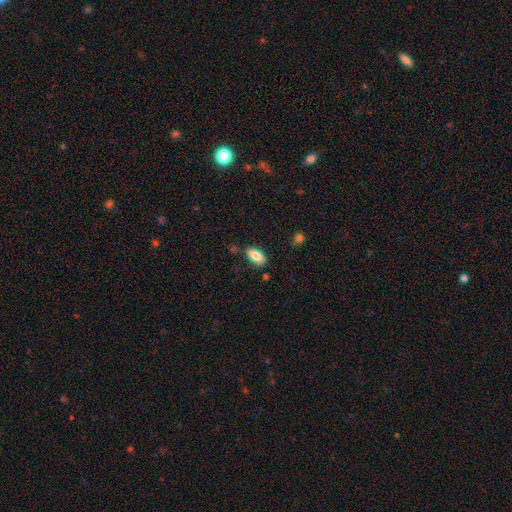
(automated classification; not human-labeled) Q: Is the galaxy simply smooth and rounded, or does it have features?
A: smooth — 82%.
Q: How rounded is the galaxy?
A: in between — 89%.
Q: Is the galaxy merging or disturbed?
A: none — 76%.